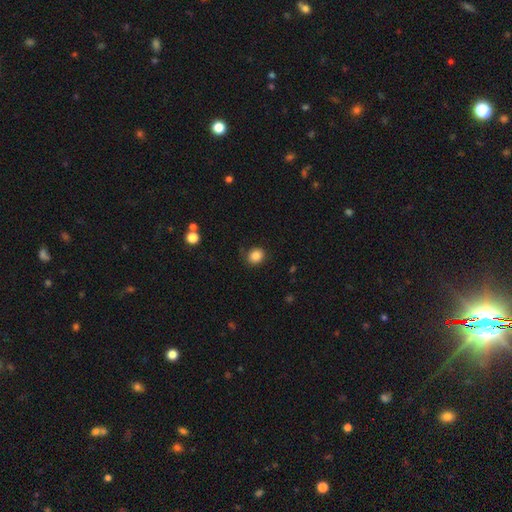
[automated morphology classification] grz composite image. It shows a smooth galaxy with no disk features (86%) that is round (76%). Merging: none (83%).